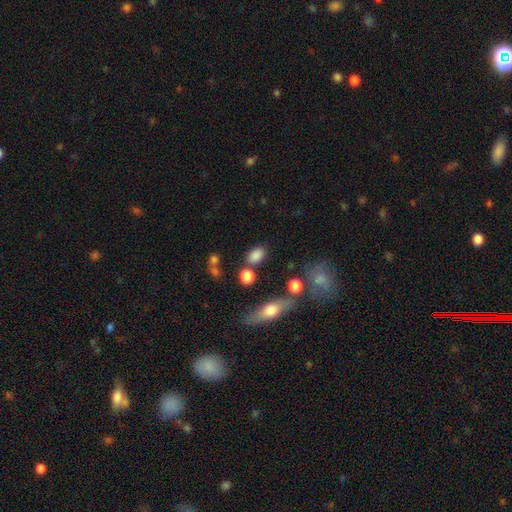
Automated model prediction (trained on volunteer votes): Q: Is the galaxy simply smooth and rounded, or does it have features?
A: smooth — 83%.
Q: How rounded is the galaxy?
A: in between — 79%.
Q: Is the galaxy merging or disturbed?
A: none — 72%.